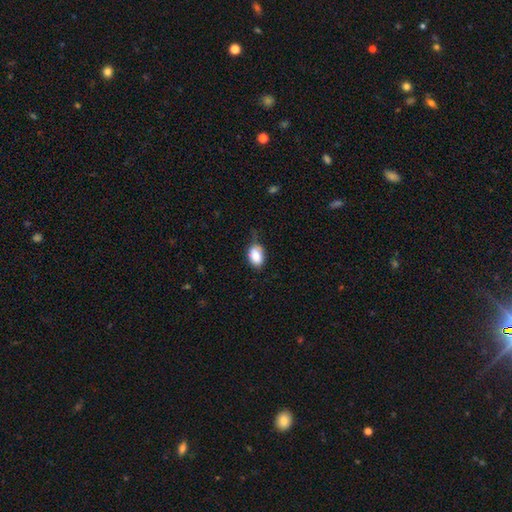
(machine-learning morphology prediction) This is clearly a smooth galaxy (86%). How rounded: clearly in between (82%). Merging: possibly none (46%).